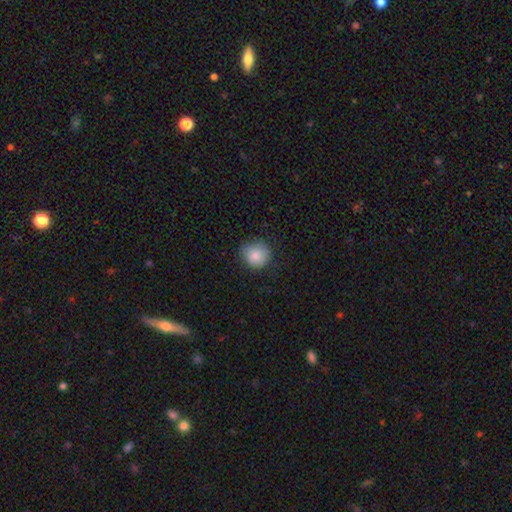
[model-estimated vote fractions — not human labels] smooth_or_featured: smooth (p=0.83) [alt: featured or disk p=0.09]
how_rounded: round (p=0.89) [alt: in between p=0.10]
merging: none (p=0.76) [alt: minor disturbance p=0.19]